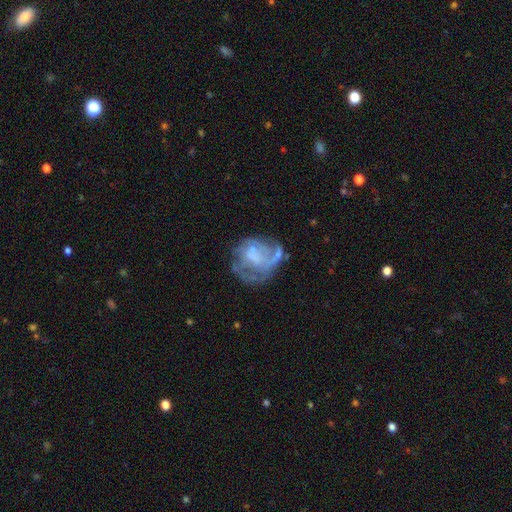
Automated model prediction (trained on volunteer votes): featured or disk 65%, smooth 26%, star or artifact 9%. Down the decision tree: edge-on disk — no (98%); bar — no (69%); spiral arms — yes (52%); bulge size — none (51%); merging — none (41%).